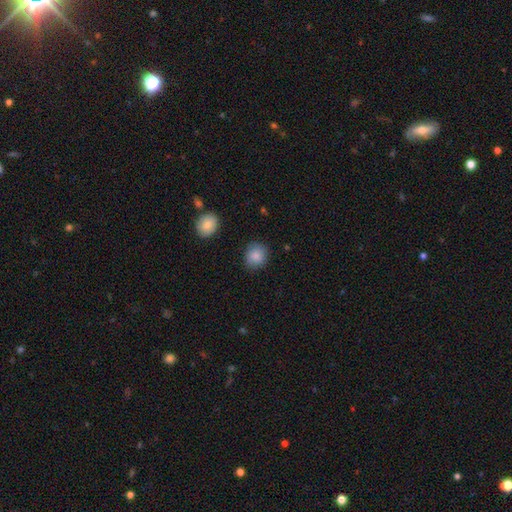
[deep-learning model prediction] A smooth galaxy with no disk features (86%) that is round (79%).

Vote fractions:
- Smooth or featured? smooth: 86% / star or artifact: 8% / featured or disk: 6%
- How rounded? round: 79% / in between: 20% / cigar-shaped: 1%
- Merging? none: 83% / minor disturbance: 13% / major disturbance: 3% / merger: 2%